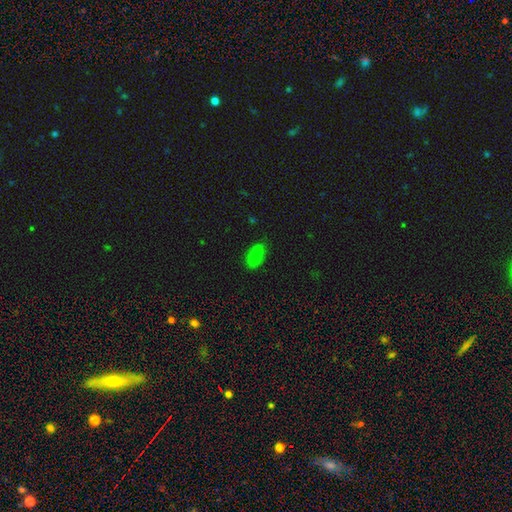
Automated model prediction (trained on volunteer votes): Smooth or featured: smooth — 80% (star or artifact — 12%)
How rounded: in between — 92% (round — 4%)
Merging: none — 82% (minor disturbance — 14%)